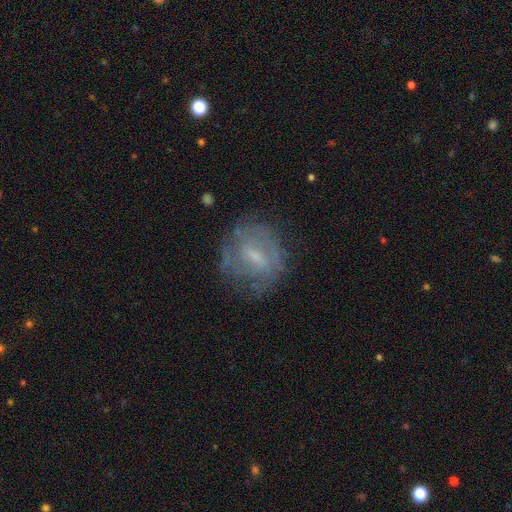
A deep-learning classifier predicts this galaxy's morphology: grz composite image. It shows a featured or disk galaxy (59%) with a weak bar (56%), spiral arms (61%) and a small central bulge (44%). Merging: none (68%).